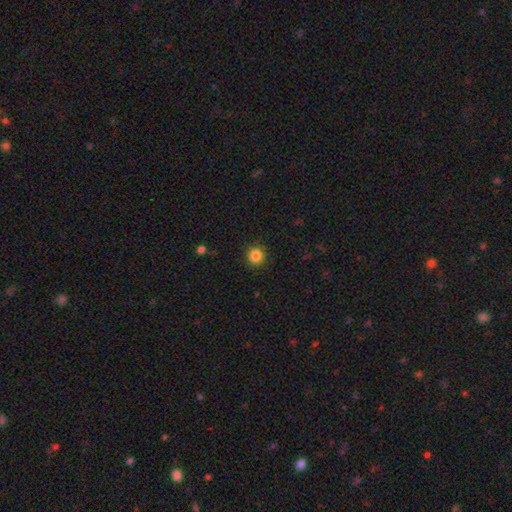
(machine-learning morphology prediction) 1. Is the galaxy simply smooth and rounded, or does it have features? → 86% smooth, 11% star or artifact, 3% featured or disk.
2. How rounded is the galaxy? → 92% round, 7% in between, 1% cigar-shaped.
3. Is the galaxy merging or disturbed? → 91% none, 6% minor disturbance, 2% major disturbance, 1% merger.